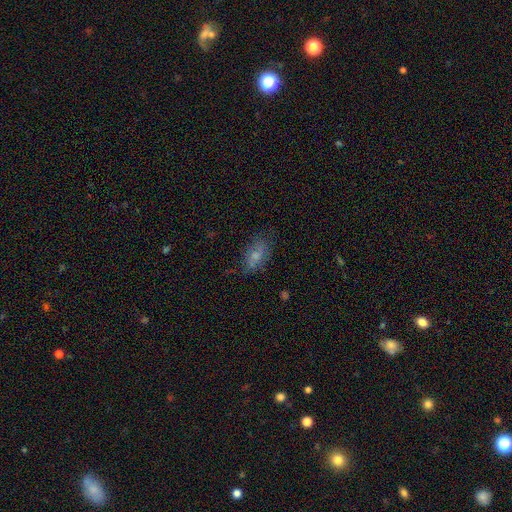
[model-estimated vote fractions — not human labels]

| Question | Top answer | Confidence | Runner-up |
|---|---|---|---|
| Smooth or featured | smooth | 68% | featured or disk (21%) |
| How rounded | in between | 86% | round (10%) |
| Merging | none | 64% | minor disturbance (25%) |